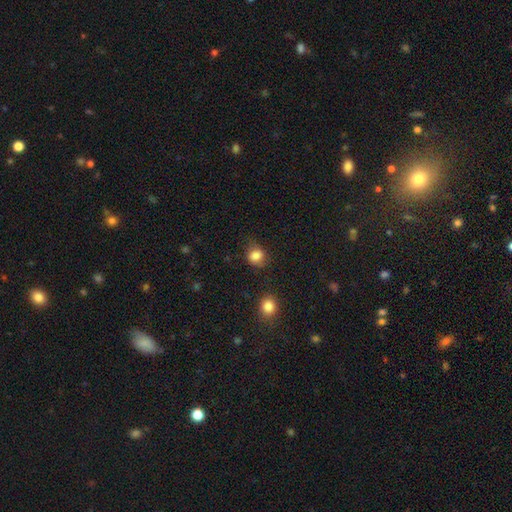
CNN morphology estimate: Smooth or featured?
  - smooth: 84% *
  - star or artifact: 11%
  - featured or disk: 5%
How rounded?
  - round: 67% *
  - in between: 32%
  - cigar-shaped: 1%
Merging?
  - none: 66% *
  - minor disturbance: 23%
  - major disturbance: 7%
  - merger: 3%